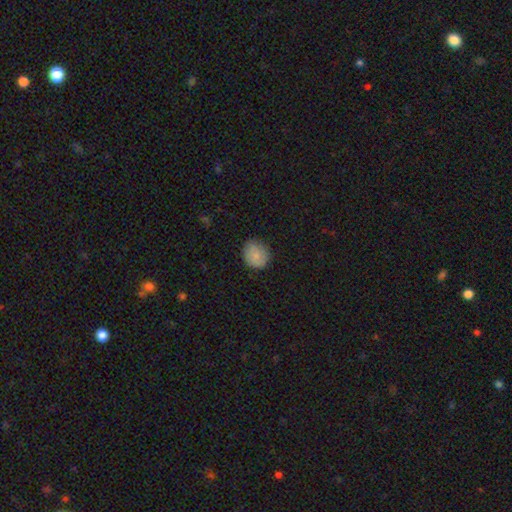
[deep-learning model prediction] Overall: smooth (80%). How rounded: round (70%). Merging: none (78%).